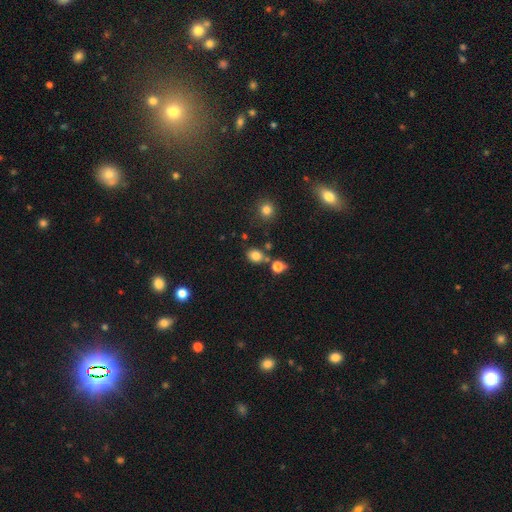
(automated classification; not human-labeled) smooth 80%, star or artifact 14%, featured or disk 6%. Down the decision tree: how rounded — round (51%); merging — none (72%).